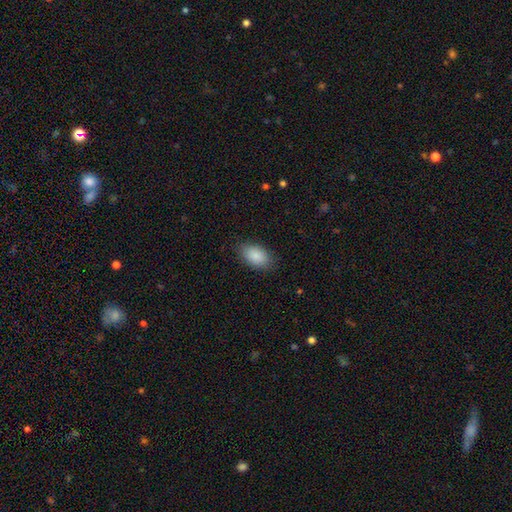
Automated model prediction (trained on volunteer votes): smooth_or_featured: smooth (p=0.88) [alt: star or artifact p=0.07]
how_rounded: in between (p=0.92) [alt: round p=0.06]
merging: none (p=0.84) [alt: minor disturbance p=0.12]